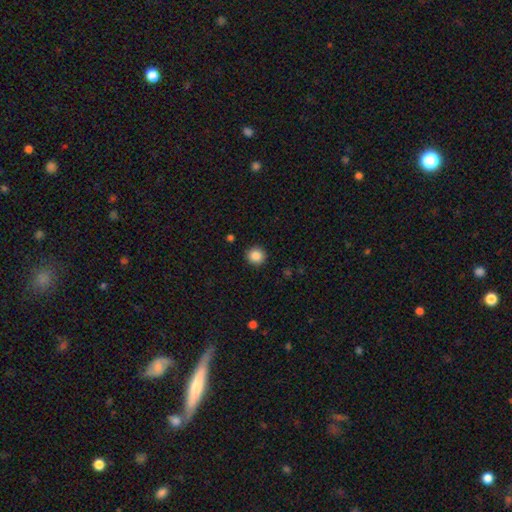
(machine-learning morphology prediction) Overall: smooth (87%). How rounded: round (92%). Merging: none (92%).